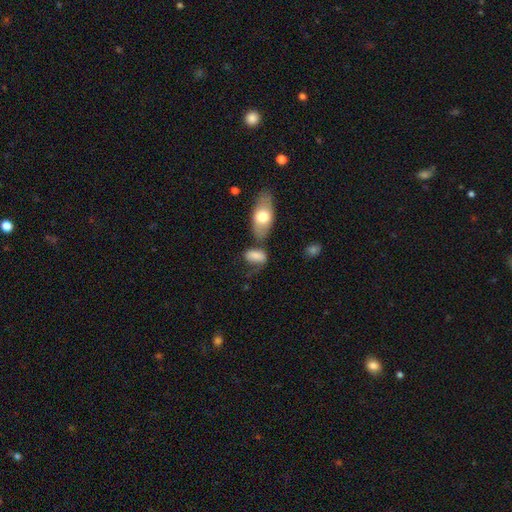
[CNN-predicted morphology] Overall: smooth (76%). How rounded: in between (87%). Merging: none (38%; minor disturbance 25%).